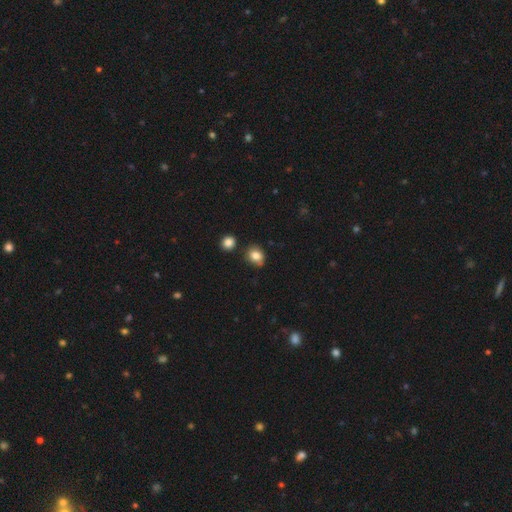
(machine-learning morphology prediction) Q: Smooth or featured?
A: smooth (82%); runner-up: star or artifact (10%)
Q: How rounded?
A: round (60%); runner-up: in between (39%)
Q: Merging?
A: none (73%); runner-up: minor disturbance (18%)